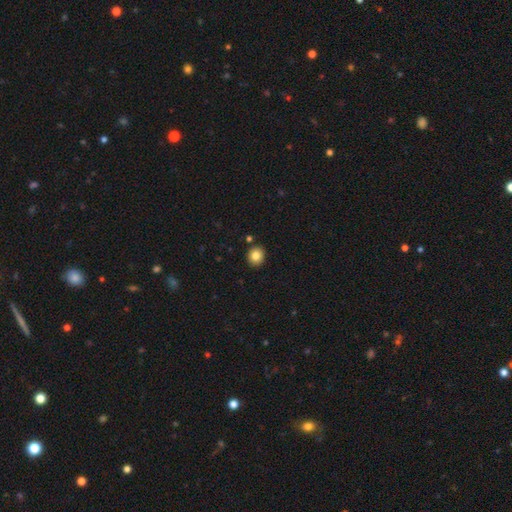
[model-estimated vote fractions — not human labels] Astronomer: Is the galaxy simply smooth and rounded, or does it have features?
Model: smooth — 84%.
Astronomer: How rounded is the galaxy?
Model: round — 81%.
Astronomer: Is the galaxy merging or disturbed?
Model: none — 89%.